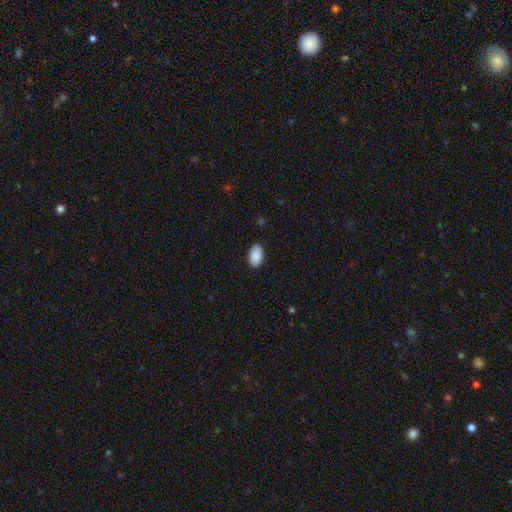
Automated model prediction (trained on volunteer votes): Overall: smooth (90%). How rounded: in between (94%). Merging: none (87%).